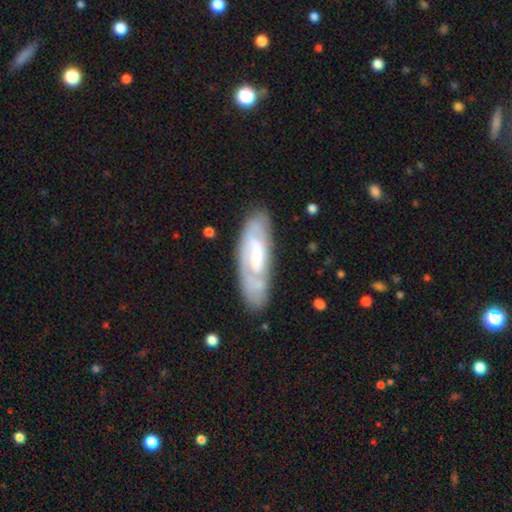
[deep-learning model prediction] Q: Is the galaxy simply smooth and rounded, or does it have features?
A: featured or disk — 67%.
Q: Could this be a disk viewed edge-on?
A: no — 84%.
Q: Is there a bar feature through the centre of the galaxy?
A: weak — 40%, tied with no.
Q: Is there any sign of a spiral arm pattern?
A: yes — 77%.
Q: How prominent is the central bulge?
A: moderate — 38%.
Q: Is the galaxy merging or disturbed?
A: none — 70%.